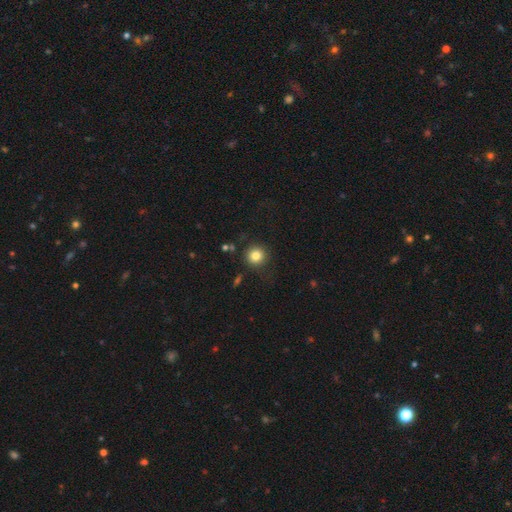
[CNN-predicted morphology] This is clearly a smooth galaxy (83%). How rounded: clearly round (93%). Merging: clearly none (86%).